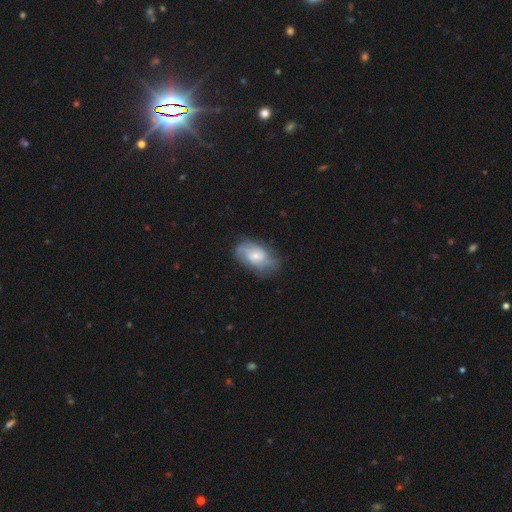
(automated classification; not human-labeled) This appears to be a featured or disk galaxy (52%). Merging: none (59%).